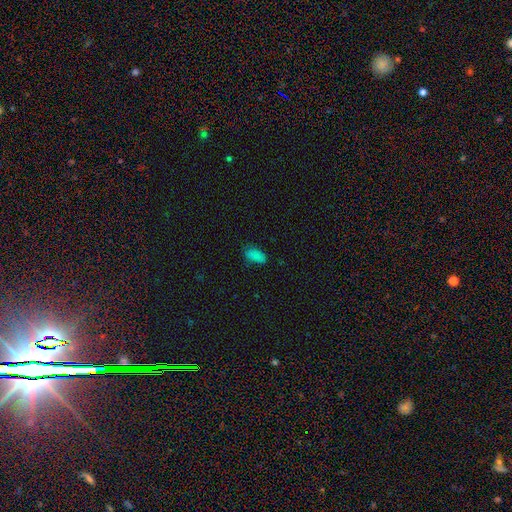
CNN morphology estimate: Smooth or featured: smooth — 82% (star or artifact — 12%)
How rounded: in between — 92% (cigar-shaped — 4%)
Merging: none — 76% (minor disturbance — 19%)